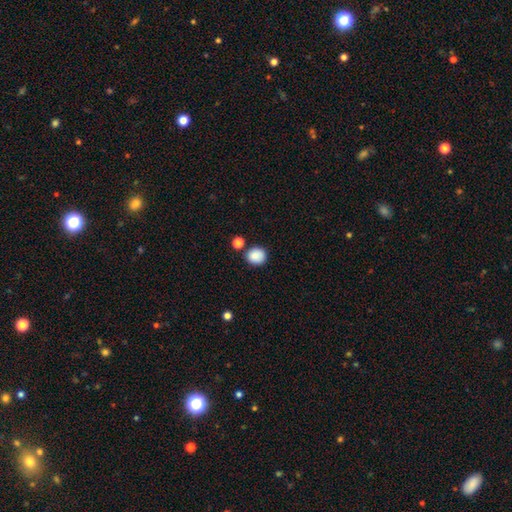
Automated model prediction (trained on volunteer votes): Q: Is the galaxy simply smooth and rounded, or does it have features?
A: smooth — 87%.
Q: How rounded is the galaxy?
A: round — 81%.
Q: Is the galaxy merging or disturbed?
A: none — 80%.